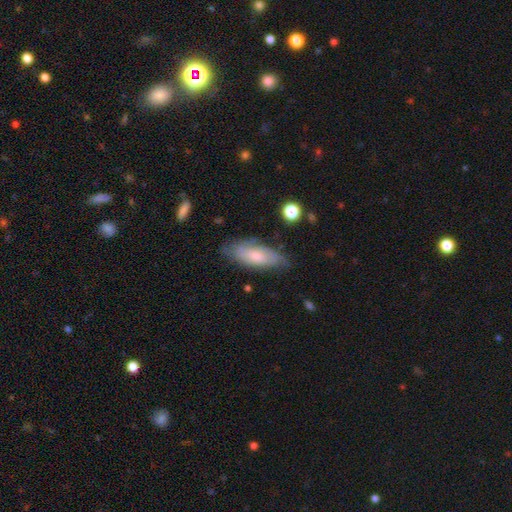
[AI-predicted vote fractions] smooth_or_featured: smooth (p=0.47) [alt: featured or disk p=0.46]
merging: none (p=0.66) [alt: minor disturbance p=0.26]